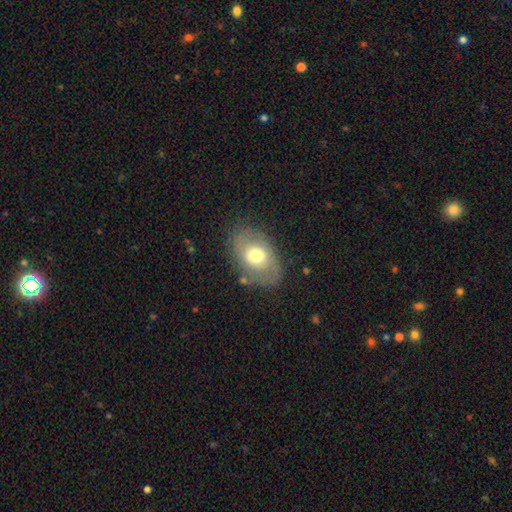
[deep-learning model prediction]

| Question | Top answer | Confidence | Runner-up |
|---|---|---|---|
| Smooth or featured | smooth | 58% | featured or disk (34%) |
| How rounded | in between | 83% | round (16%) |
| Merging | none | 71% | minor disturbance (19%) |